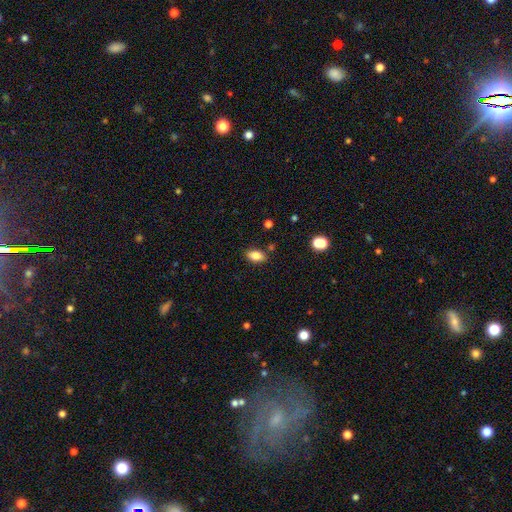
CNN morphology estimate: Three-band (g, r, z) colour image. It shows a smooth galaxy with no disk features (82%) that is in between round and cigar-shaped (88%). Merging: none (84%).